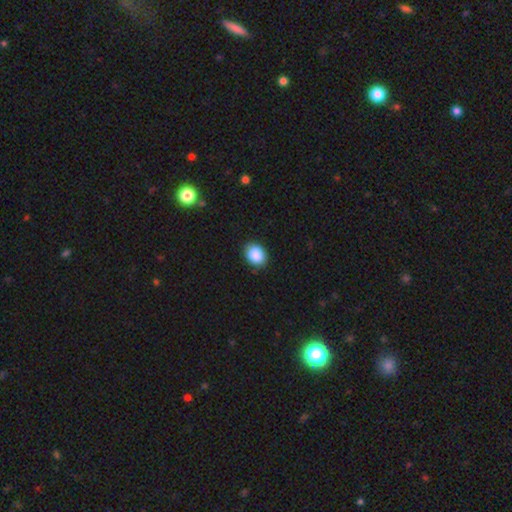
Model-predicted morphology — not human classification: The model was most divided on "how rounded": in between: 62%, round: 37%, cigar-shaped: 1%. More confident: smooth or featured — smooth (89%); merging — none (88%).